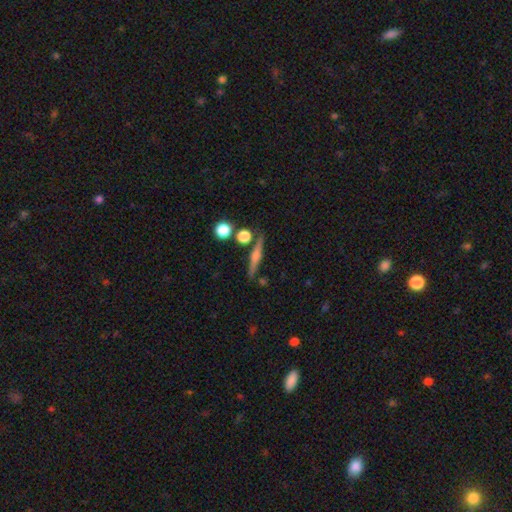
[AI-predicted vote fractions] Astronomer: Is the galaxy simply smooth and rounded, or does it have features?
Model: featured or disk — 65%.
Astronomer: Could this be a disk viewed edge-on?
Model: yes — 97%.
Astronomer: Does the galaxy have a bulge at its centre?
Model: rounded — 83%.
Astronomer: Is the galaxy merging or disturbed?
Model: none — 83%.